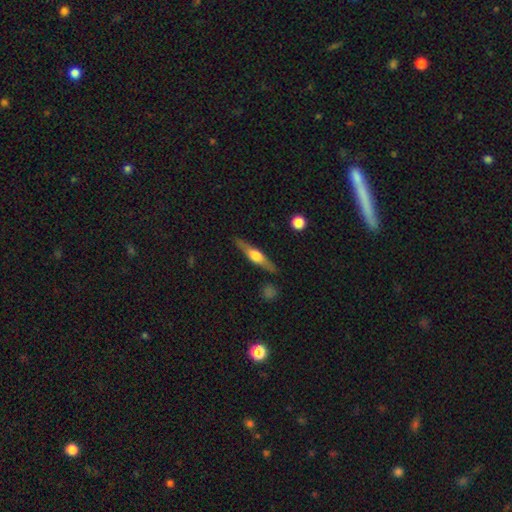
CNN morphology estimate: This is likely a featured or disk galaxy (68%). It is clearly viewed edge-on (96%). Edge-on bulge: clearly rounded (91%). Merging: clearly none (88%).